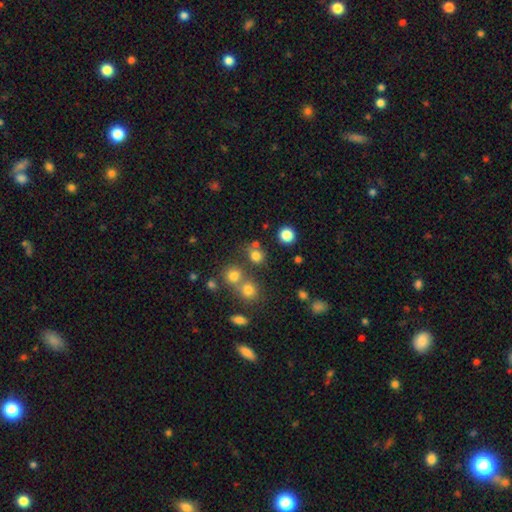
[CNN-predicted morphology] Smooth or featured: smooth — 76% (star or artifact — 17%)
How rounded: round — 81% (in between — 18%)
Merging: none — 66% (merger — 20%)